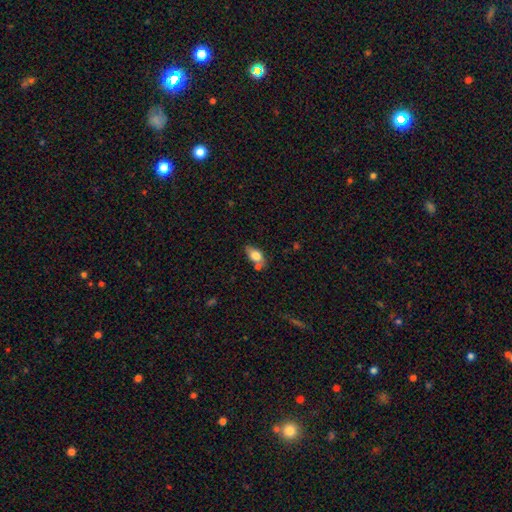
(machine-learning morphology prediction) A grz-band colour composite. It shows a smooth galaxy with no disk features (75%) that is in between round and cigar-shaped (85%). Merging: none (55%).